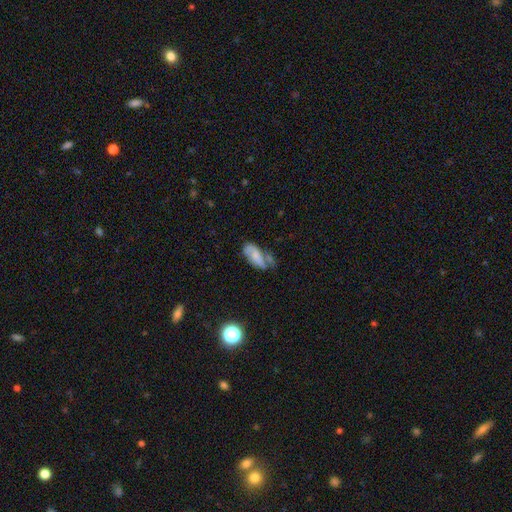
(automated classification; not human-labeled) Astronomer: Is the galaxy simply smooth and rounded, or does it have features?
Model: smooth — 57% (runner-up: featured or disk, 34%).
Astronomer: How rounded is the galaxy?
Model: in between — 83%.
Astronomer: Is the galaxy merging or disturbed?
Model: none — 38% (runner-up: minor disturbance, 29%).